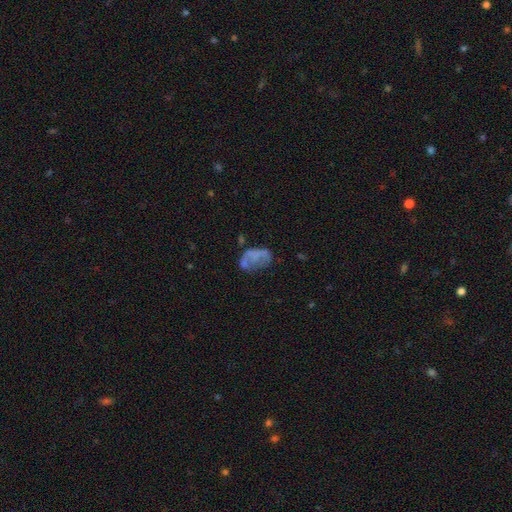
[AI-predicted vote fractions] Smooth or featured?
  - smooth: 47% *
  - featured or disk: 40%
  - star or artifact: 13%
Merging?
  - none: 33% *
  - major disturbance: 32%
  - minor disturbance: 24%
  - merger: 11%